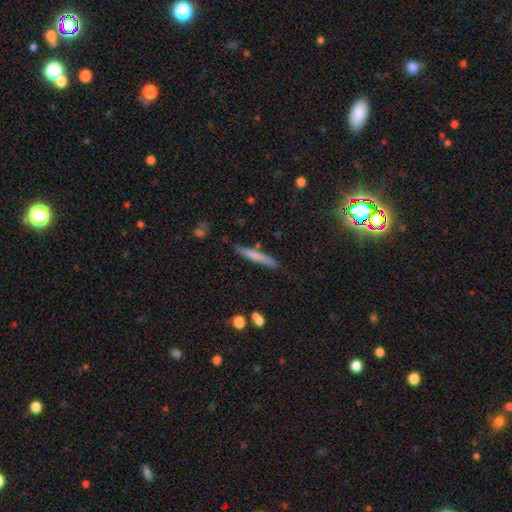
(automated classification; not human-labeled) Smooth or featured: smooth — 66% (featured or disk — 27%)
How rounded: cigar-shaped — 95% (in between — 4%)
Merging: none — 82% (minor disturbance — 13%)